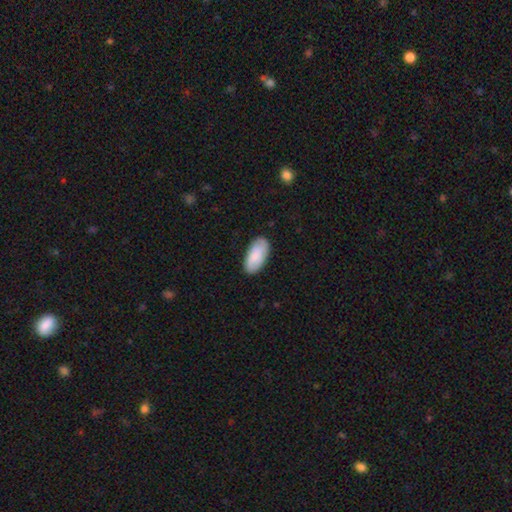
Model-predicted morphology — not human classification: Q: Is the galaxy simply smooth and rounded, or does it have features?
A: smooth — 84%.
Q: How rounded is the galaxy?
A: in between — 94%.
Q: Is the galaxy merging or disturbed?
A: none — 85%.